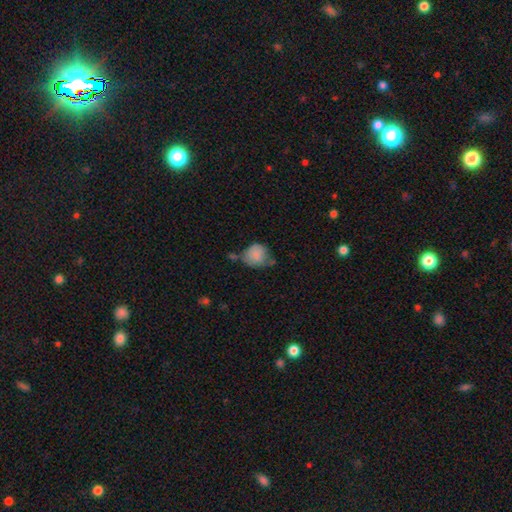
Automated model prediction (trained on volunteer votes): Q: Smooth or featured?
A: smooth (83%); runner-up: featured or disk (9%)
Q: How rounded?
A: round (75%); runner-up: in between (24%)
Q: Merging?
A: none (42%); runner-up: minor disturbance (34%)